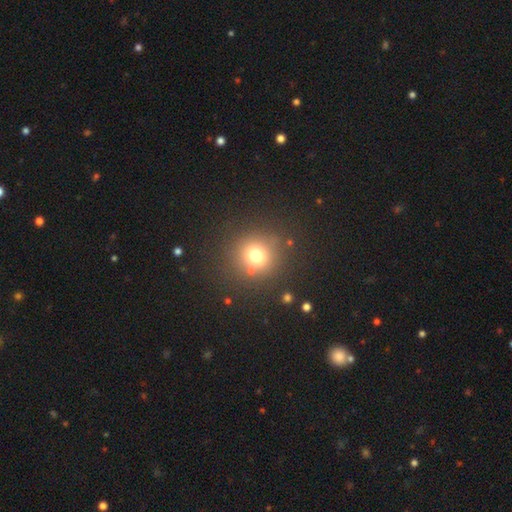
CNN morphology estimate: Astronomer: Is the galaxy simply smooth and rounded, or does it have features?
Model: smooth — 73%.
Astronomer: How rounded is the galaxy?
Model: round — 92%.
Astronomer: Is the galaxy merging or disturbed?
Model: none — 84%.